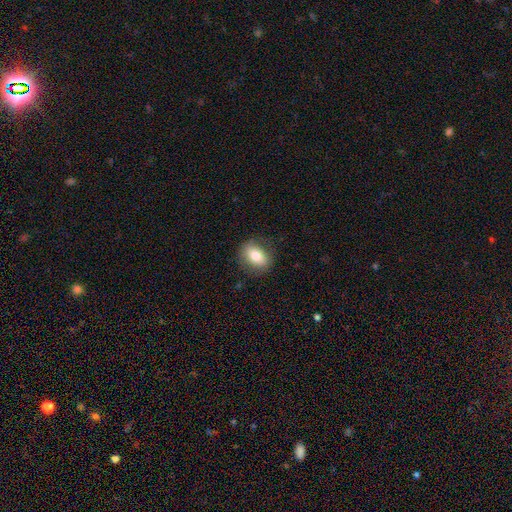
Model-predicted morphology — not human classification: Overall: smooth (77%). How rounded: in between (72%). Merging: none (82%).